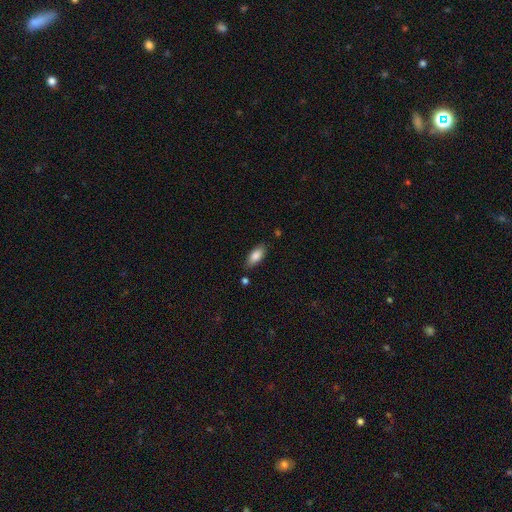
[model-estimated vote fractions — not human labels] Overall: smooth (83%). How rounded: in between (84%). Merging: none (79%).